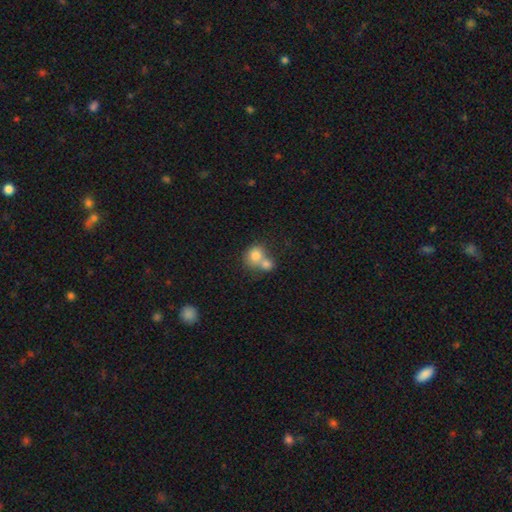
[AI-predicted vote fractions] The model was most divided on "merging": merger: 63%, none: 27%, minor disturbance: 7%, major disturbance: 3%. More confident: smooth or featured — smooth (78%); how rounded — round (72%).